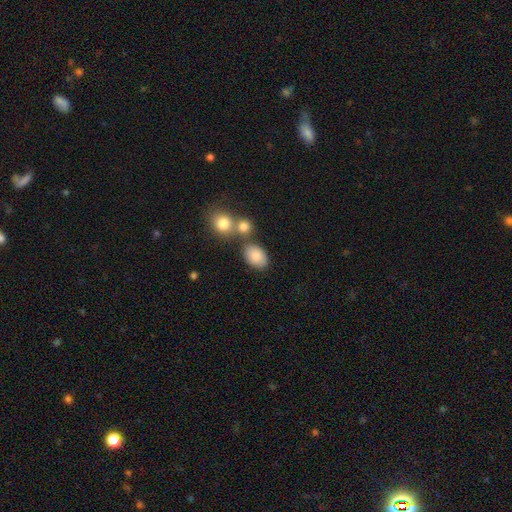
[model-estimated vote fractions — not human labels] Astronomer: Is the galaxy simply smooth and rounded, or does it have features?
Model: smooth — 84%.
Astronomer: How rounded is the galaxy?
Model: in between — 80%.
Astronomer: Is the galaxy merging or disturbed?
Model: none — 65%.